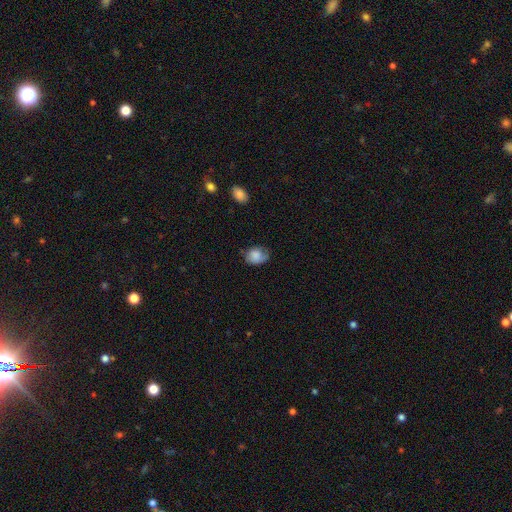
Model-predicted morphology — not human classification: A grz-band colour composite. It shows a smooth galaxy with no disk features (75%) that is in between round and cigar-shaped (55%). Merging: none (49%).